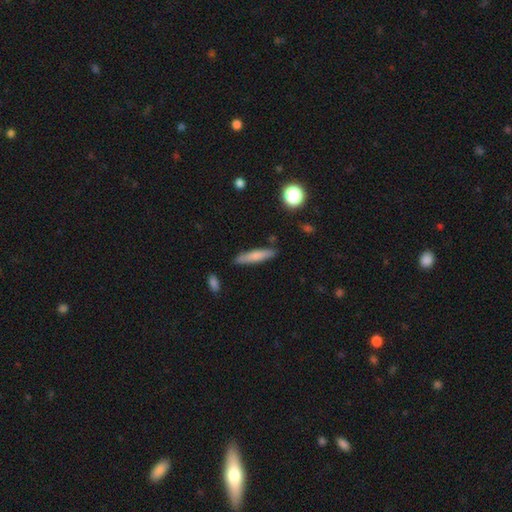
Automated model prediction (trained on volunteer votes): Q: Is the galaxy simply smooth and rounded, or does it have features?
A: smooth — 73%.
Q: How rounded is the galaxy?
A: cigar-shaped — 86%.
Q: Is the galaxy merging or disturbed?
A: none — 85%.